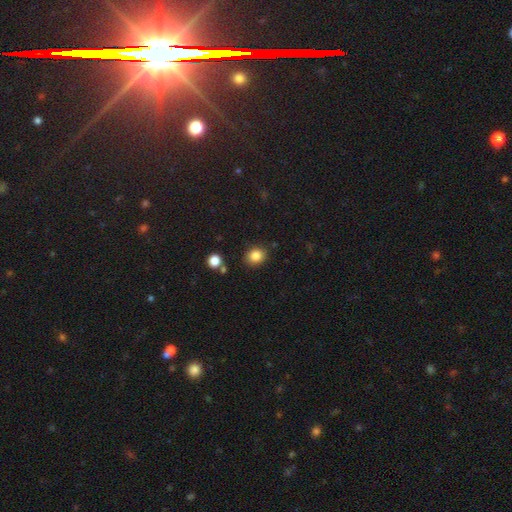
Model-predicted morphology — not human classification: This appears to be a smooth galaxy with no disk features (85%) that is round (63%). Merging: none (85%).